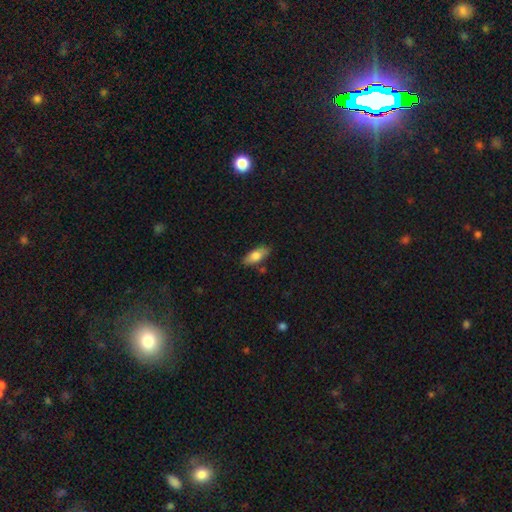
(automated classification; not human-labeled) Q: Smooth or featured?
A: smooth (76%); runner-up: featured or disk (17%)
Q: How rounded?
A: in between (81%); runner-up: cigar-shaped (17%)
Q: Merging?
A: none (79%); runner-up: minor disturbance (14%)